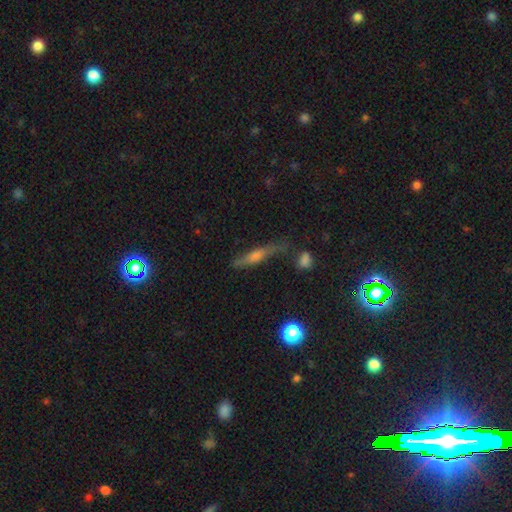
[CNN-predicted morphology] A featured or disk galaxy (49%).

Vote fractions:
- Smooth or featured? featured or disk: 49% / smooth: 40% / star or artifact: 11%
- Merging? none: 67% / minor disturbance: 20% / major disturbance: 8% / merger: 6%